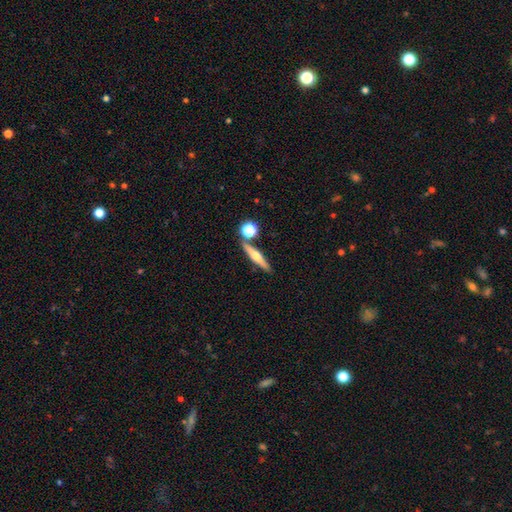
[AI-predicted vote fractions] Q: Smooth or featured?
A: featured or disk (57%); runner-up: smooth (36%)
Q: Edge-on disk?
A: yes (95%); runner-up: no (5%)
Q: Edge-on bulge?
A: rounded (91%); runner-up: none (4%)
Q: Merging?
A: none (80%); runner-up: merger (10%)